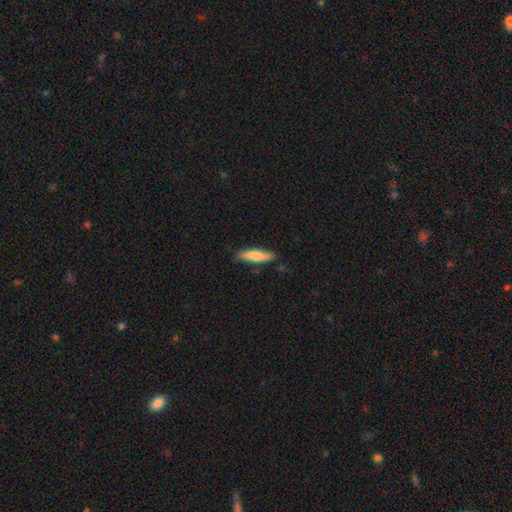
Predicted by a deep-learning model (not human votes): Overall: smooth (77%). How rounded: cigar-shaped (70%). Merging: none (81%).